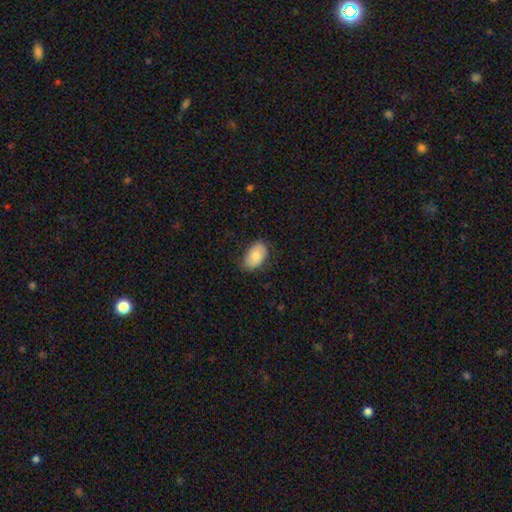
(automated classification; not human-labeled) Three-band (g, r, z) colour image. It shows a smooth galaxy with no disk features (73%) that is in between round and cigar-shaped (89%). Merging: none (76%).